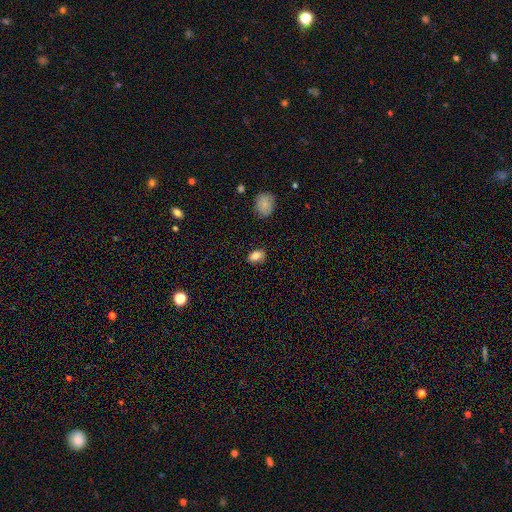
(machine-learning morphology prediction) This is clearly a smooth galaxy (85%). How rounded: clearly in between (84%). Merging: clearly none (84%).